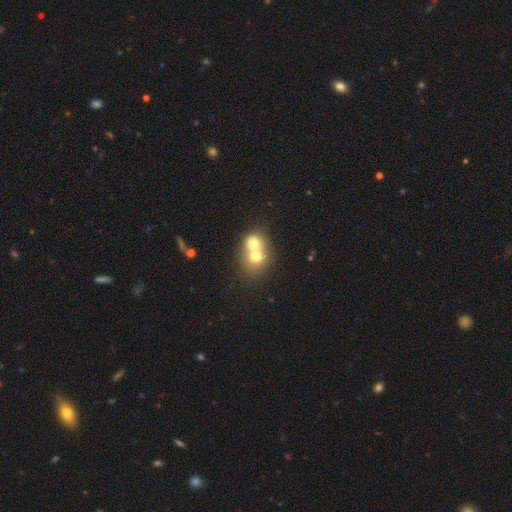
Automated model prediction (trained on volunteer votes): Smooth or featured: smooth — 68% (featured or disk — 22%)
How rounded: round — 69% (in between — 30%)
Merging: merger — 73% (none — 21%)